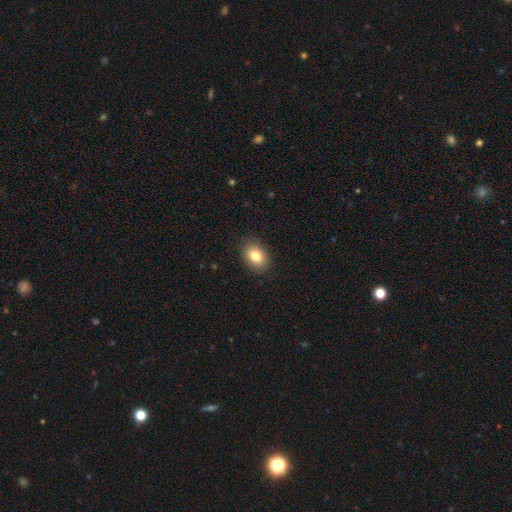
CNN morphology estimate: A smooth galaxy with no disk features (81%) that is in between round and cigar-shaped (73%). Merging: none (89%).